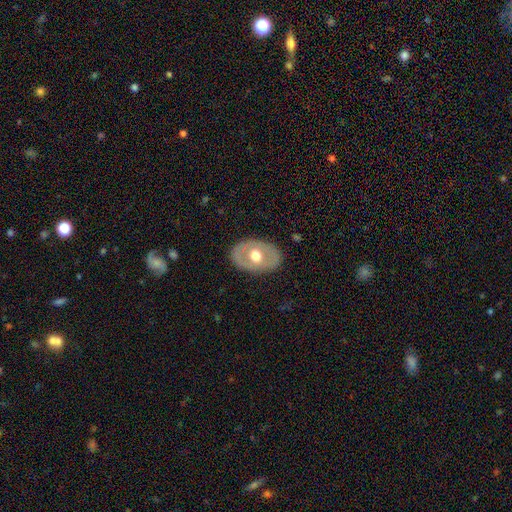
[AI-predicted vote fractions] A featured or disk galaxy (48%).

Vote fractions:
- Smooth or featured? featured or disk: 48% / smooth: 46% / star or artifact: 6%
- Merging? none: 83% / minor disturbance: 12% / major disturbance: 4% / merger: 1%